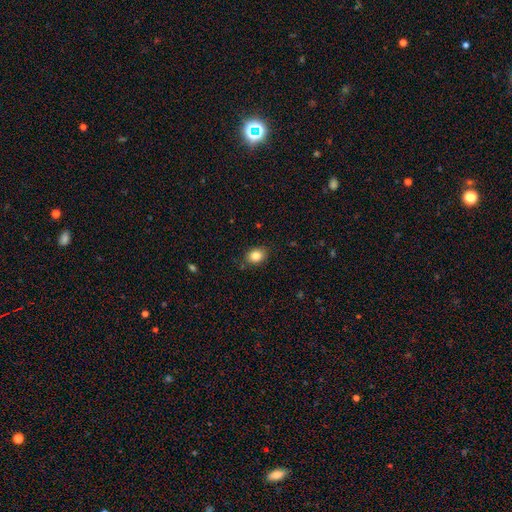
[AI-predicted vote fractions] The model was most divided on "how rounded": in between: 55%, round: 44%, cigar-shaped: 1%. More confident: smooth or featured — smooth (85%); merging — none (83%).